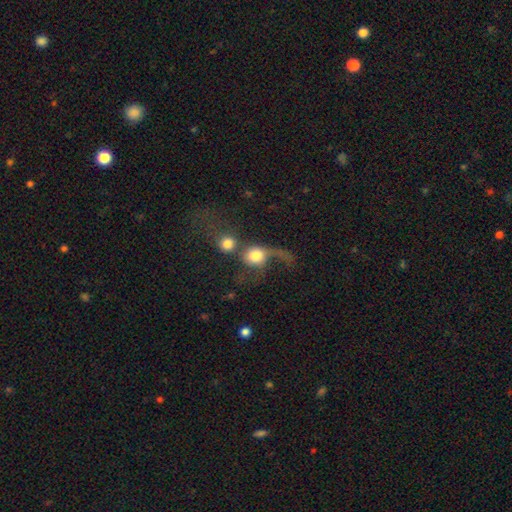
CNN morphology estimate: smooth_or_featured: smooth (p=0.65) [alt: featured or disk p=0.26]
how_rounded: round (p=0.74) [alt: in between p=0.24]
merging: merger (p=0.42) [alt: major disturbance p=0.31]